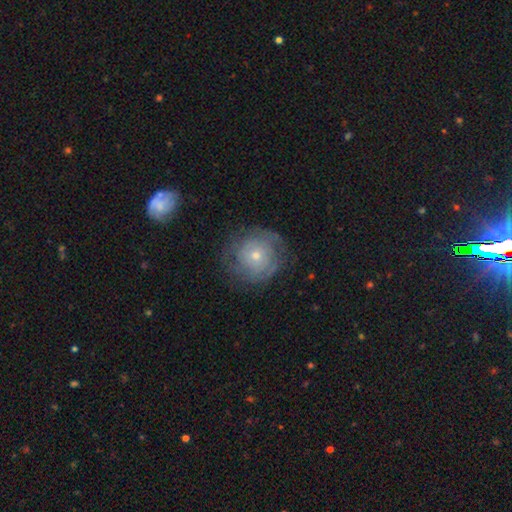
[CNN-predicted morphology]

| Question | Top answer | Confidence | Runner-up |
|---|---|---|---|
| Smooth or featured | featured or disk | 56% | smooth (35%) |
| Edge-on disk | no | 97% | yes (3%) |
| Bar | no | 86% | weak (11%) |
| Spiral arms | yes | 72% | no (28%) |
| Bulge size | small | 59% | moderate (36%) |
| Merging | none | 72% | minor disturbance (17%) |